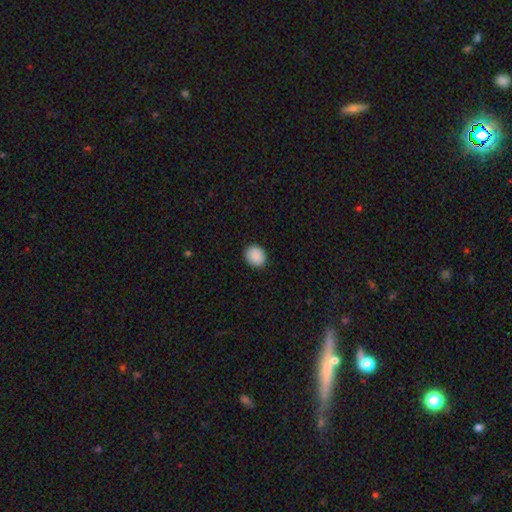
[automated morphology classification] Overall: smooth (89%). How rounded: round (58%; in between 41%). Merging: none (89%).